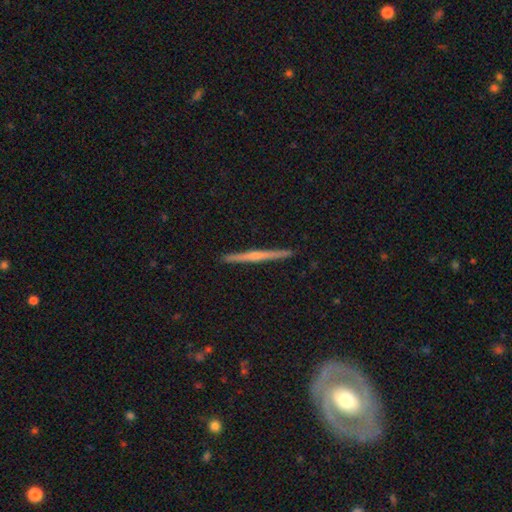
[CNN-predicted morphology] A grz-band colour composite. It shows a featured or disk galaxy (68%) viewed edge-on (98%) with a rounded central bulge (56%). Merging: none (93%).